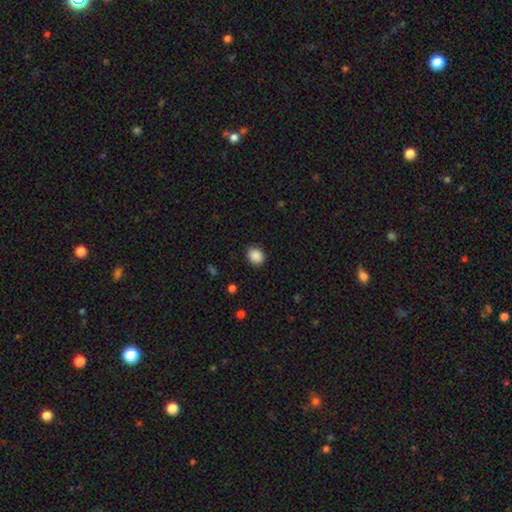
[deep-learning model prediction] smooth-or-featured: smooth: 89% | star or artifact: 8% | featured or disk: 3%
  how-rounded: round: 58% | in between: 41% | cigar-shaped: 1%
  merging: none: 89% | minor disturbance: 8% | major disturbance: 2% | merger: 1%